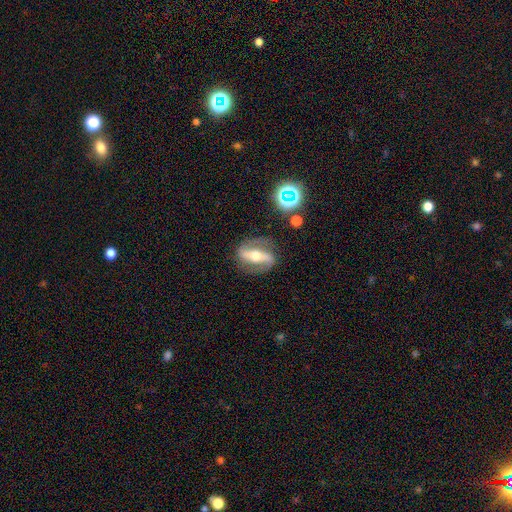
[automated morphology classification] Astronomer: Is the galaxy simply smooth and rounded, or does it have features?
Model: featured or disk — 80%.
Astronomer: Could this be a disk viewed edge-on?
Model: no — 87%.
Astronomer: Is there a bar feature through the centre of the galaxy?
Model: strong — 69%.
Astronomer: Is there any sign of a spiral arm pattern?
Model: yes — 83%.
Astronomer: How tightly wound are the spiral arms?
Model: medium — 42% (runner-up: loose, 33%).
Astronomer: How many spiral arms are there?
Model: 2 — 89%.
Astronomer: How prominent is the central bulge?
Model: moderate — 69%.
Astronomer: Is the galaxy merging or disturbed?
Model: none — 79%.